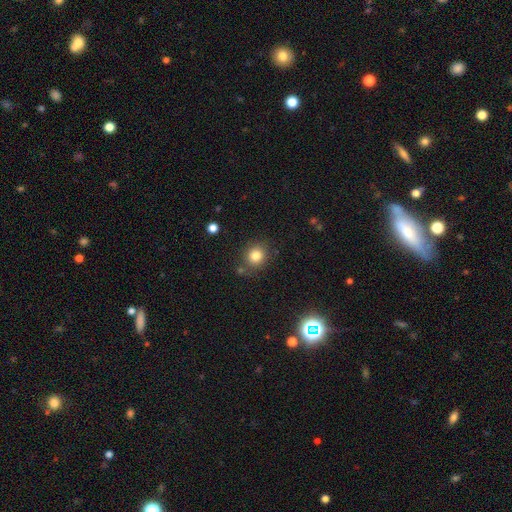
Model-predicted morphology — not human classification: Smooth or featured?
  - smooth: 81% *
  - star or artifact: 12%
  - featured or disk: 6%
How rounded?
  - round: 83% *
  - in between: 16%
  - cigar-shaped: 1%
Merging?
  - none: 80% *
  - minor disturbance: 11%
  - merger: 6%
  - major disturbance: 3%